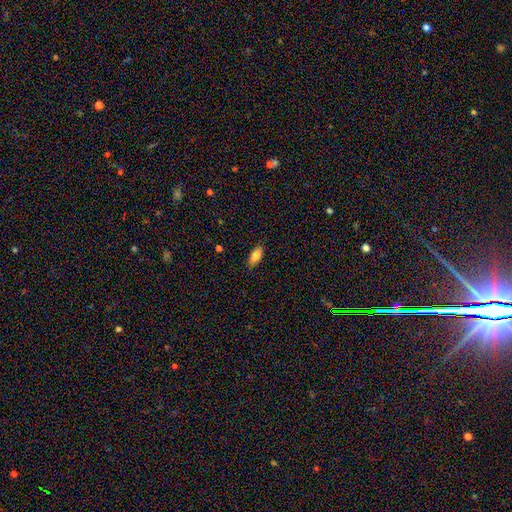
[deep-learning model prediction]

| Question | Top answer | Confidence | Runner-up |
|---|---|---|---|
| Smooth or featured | smooth | 82% | featured or disk (11%) |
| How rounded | in between | 88% | cigar-shaped (10%) |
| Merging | none | 86% | minor disturbance (11%) |